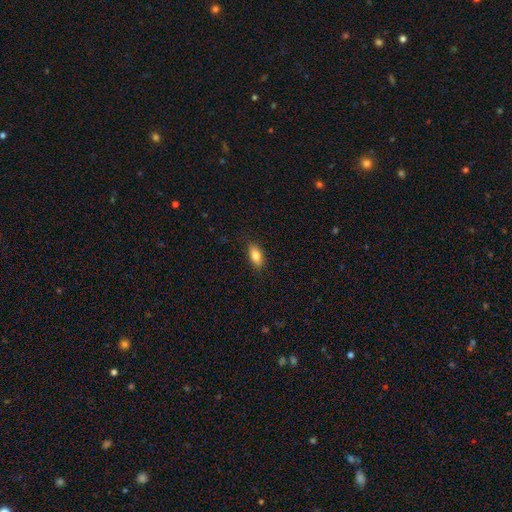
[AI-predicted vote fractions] Smooth or featured?
  - smooth: 81% *
  - featured or disk: 11%
  - star or artifact: 8%
How rounded?
  - in between: 87% *
  - cigar-shaped: 9%
  - round: 5%
Merging?
  - none: 86% *
  - minor disturbance: 10%
  - major disturbance: 2%
  - merger: 1%